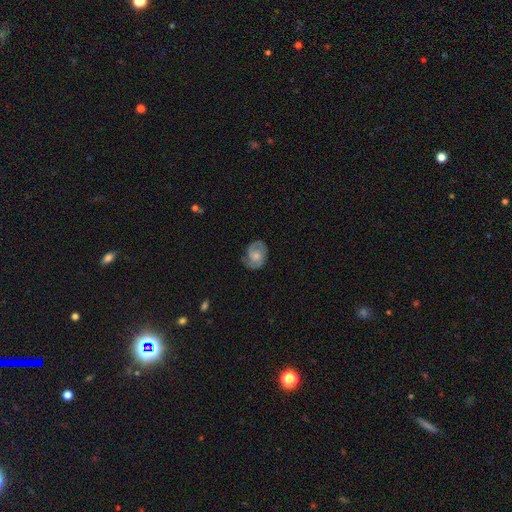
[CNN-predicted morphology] Q: Smooth or featured?
A: featured or disk (70%); runner-up: smooth (23%)
Q: Edge-on disk?
A: no (98%); runner-up: yes (2%)
Q: Bar?
A: no (66%); runner-up: weak (29%)
Q: Spiral arms?
A: yes (93%); runner-up: no (7%)
Q: Spiral winding?
A: medium (46%); runner-up: tight (38%)
Q: Spiral arm count?
A: 2 (76%); runner-up: can't tell (10%)
Q: Bulge size?
A: small (41%); runner-up: moderate (40%)
Q: Merging?
A: none (68%); runner-up: minor disturbance (22%)